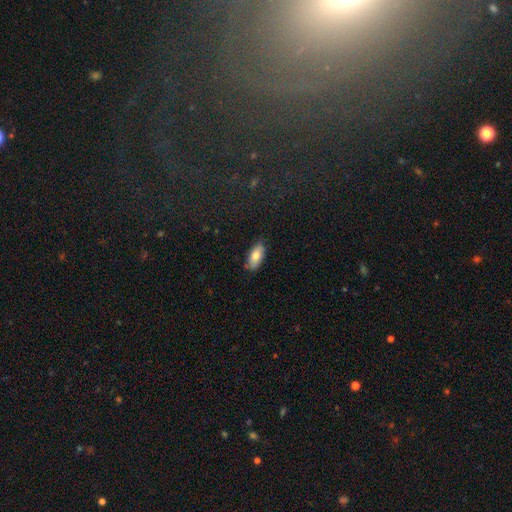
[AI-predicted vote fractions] Smooth or featured? smooth (79%)
How rounded? in between (87%)
Merging? none (82%)